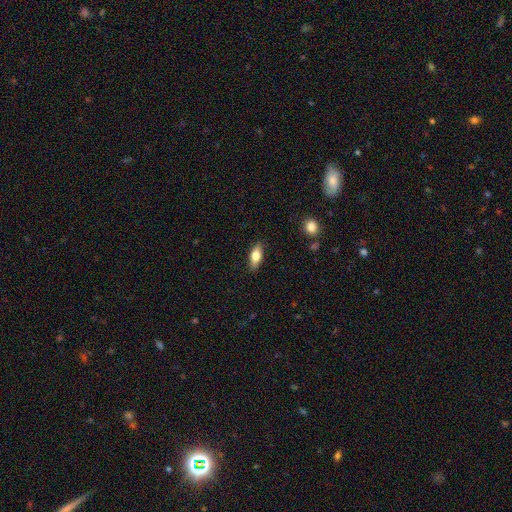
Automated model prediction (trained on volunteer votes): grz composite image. It shows a smooth galaxy with no disk features (66%) that is in between round and cigar-shaped (74%). Merging: none (86%).